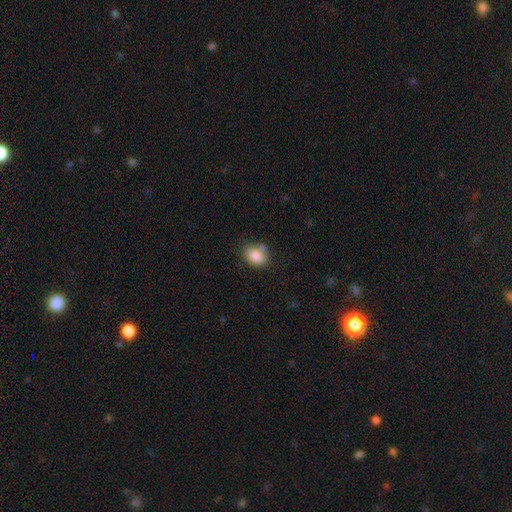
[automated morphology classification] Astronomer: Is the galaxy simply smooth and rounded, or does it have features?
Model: smooth — 85%.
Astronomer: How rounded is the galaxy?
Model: in between — 73%.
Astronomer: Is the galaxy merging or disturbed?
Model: none — 63%.